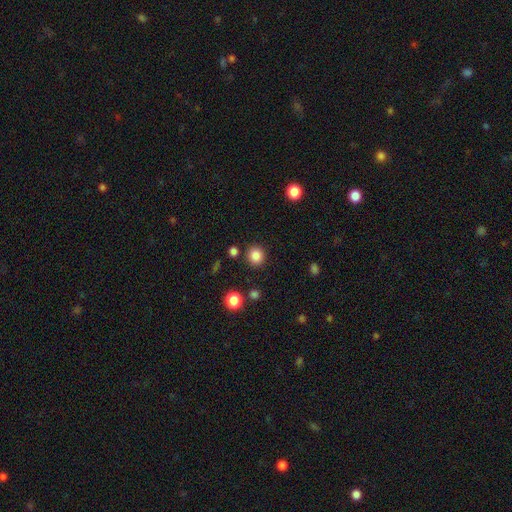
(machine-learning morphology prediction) A smooth galaxy with no disk features (85%) that is round (89%).

Vote fractions:
- Smooth or featured? smooth: 85% / star or artifact: 11% / featured or disk: 4%
- How rounded? round: 89% / in between: 10% / cigar-shaped: 1%
- Merging? none: 88% / minor disturbance: 6% / merger: 3% / major disturbance: 3%